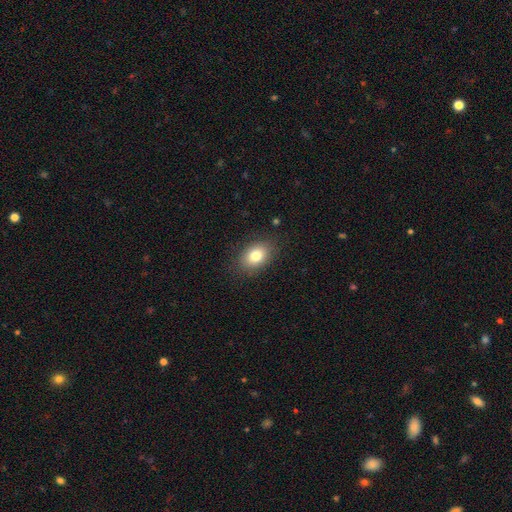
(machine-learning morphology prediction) This appears to be a smooth galaxy with no disk features (80%) that is in between round and cigar-shaped (78%). Merging: none (85%).